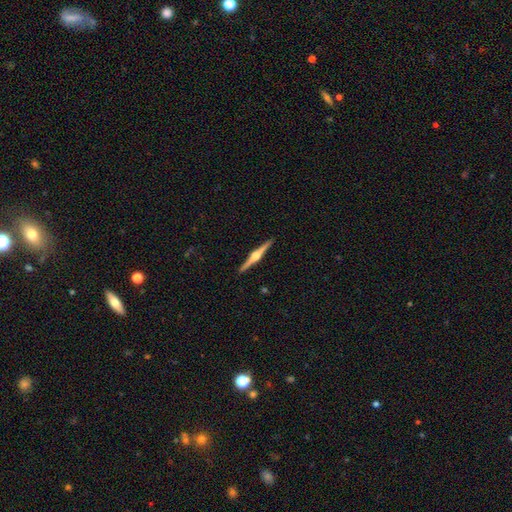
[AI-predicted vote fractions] featured or disk 84%, smooth 11%, star or artifact 5%. Down the decision tree: edge-on disk — yes (99%); edge-on bulge — rounded (94%); merging — none (93%).